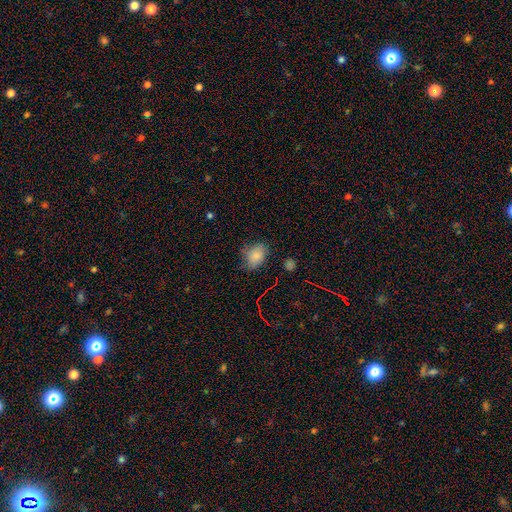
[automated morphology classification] Smooth or featured? Predicted: smooth (p=0.79). How rounded? Predicted: in between (p=0.66). Merging? Predicted: none (p=0.66).